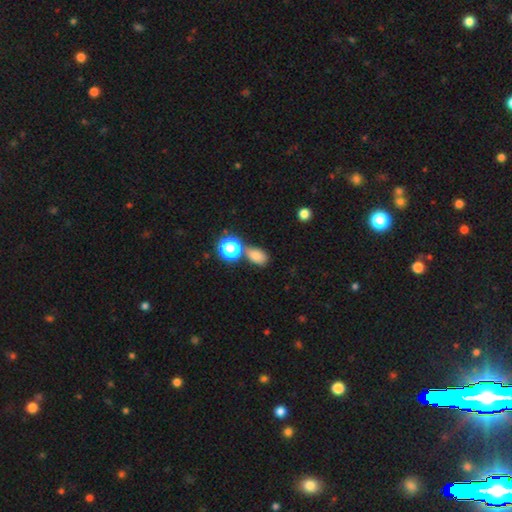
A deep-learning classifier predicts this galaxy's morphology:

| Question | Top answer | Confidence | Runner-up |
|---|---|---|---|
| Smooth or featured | smooth | 78% | star or artifact (16%) |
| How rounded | in between | 74% | round (25%) |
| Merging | none | 62% | merger (20%) |